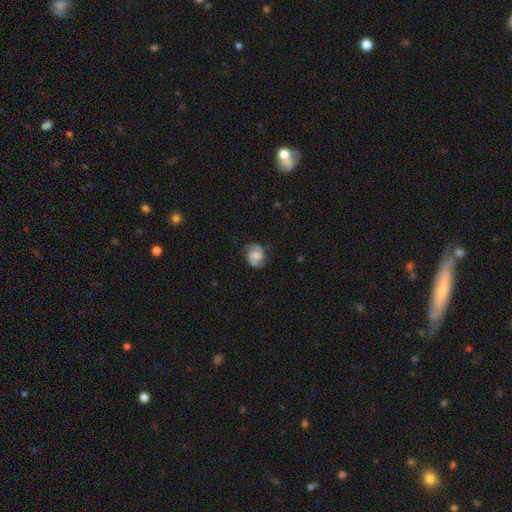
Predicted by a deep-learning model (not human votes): Smooth or featured?
  - featured or disk: 74% *
  - smooth: 19%
  - star or artifact: 7%
Edge-on disk?
  - no: 98% *
  - yes: 2%
Bar?
  - no: 49% *
  - weak: 42%
  - strong: 9%
Spiral arms?
  - yes: 96% *
  - no: 4%
Spiral winding?
  - medium: 51% *
  - tight: 26%
  - loose: 23%
Spiral arm count?
  - 2: 92% *
  - can't tell: 3%
  - 1: 2%
  - 3: 1%
  - 4: 1%
  - more than 4: 1%
Bulge size?
  - moderate: 34% *
  - small: 26%
  - none: 25%
  - large: 13%
  - dominant: 2%
Merging?
  - none: 80% *
  - minor disturbance: 14%
  - major disturbance: 4%
  - merger: 1%